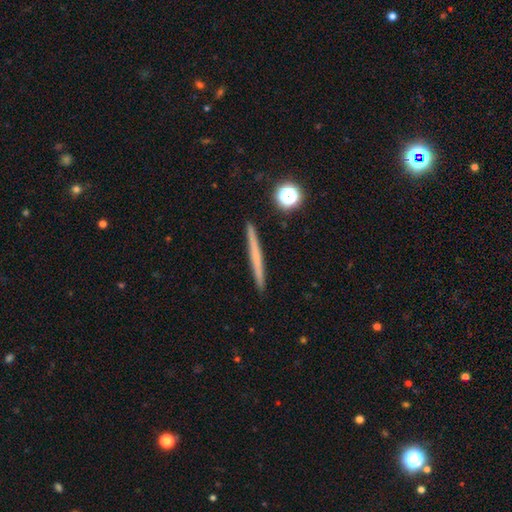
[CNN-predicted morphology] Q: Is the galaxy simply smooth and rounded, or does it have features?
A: smooth — 51%.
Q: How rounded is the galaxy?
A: cigar-shaped — 96%.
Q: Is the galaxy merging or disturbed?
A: none — 92%.